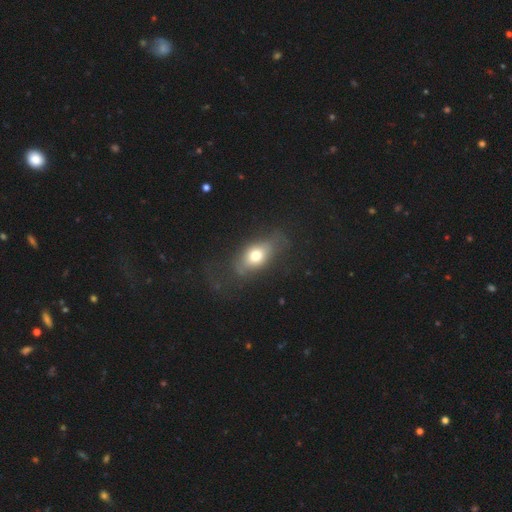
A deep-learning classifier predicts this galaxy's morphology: type=smooth (66%); roundness=in between (80%); merging=none (55%).